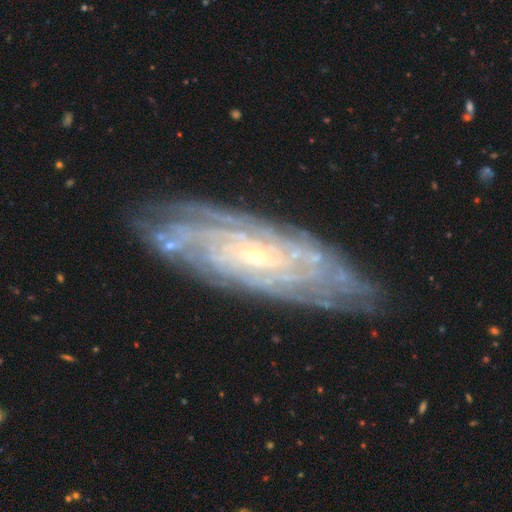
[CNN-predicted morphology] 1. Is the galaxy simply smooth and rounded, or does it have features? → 86% featured or disk, 8% smooth, 6% star or artifact.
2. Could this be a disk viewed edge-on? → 85% no, 15% yes.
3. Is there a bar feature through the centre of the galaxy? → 61% no, 29% weak, 10% strong.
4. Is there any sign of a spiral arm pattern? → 96% yes, 4% no.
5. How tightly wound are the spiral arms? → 79% tight, 17% medium, 4% loose.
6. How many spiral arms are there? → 41% can't tell, 19% more than 4, 16% 4, 9% 3, 8% 2, 6% 1.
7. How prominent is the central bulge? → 78% small, 18% moderate, 2% none, 1% large, 1% dominant.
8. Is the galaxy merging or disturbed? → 81% none, 14% minor disturbance, 4% major disturbance, 2% merger.